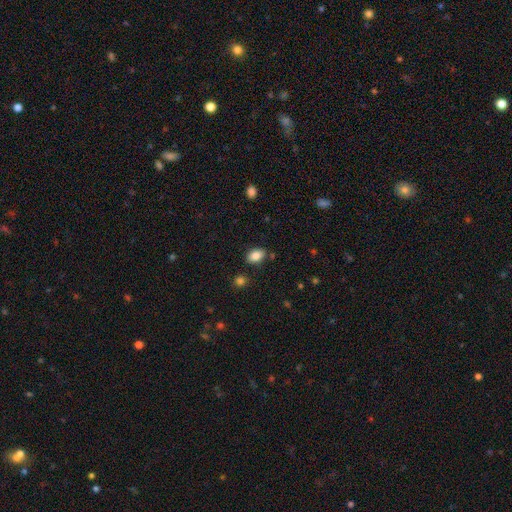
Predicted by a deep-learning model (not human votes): This is clearly a smooth galaxy (85%). How rounded: clearly in between (85%). Merging: clearly none (82%).